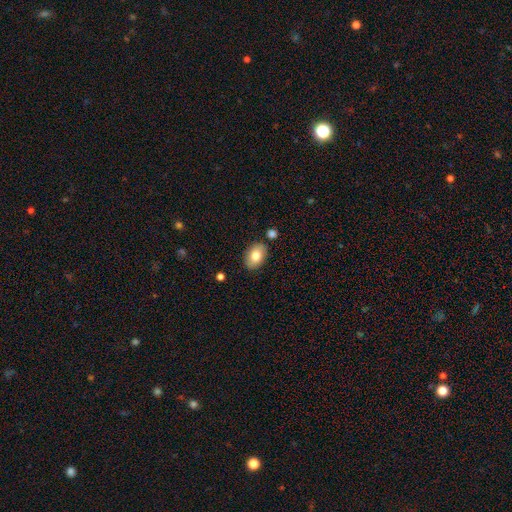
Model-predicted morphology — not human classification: A smooth galaxy with no disk features (81%) that is in between round and cigar-shaped (86%).

Vote fractions:
- Smooth or featured? smooth: 81% / featured or disk: 12% / star or artifact: 7%
- How rounded? in between: 86% / round: 12% / cigar-shaped: 1%
- Merging? none: 83% / minor disturbance: 11% / merger: 3% / major disturbance: 2%